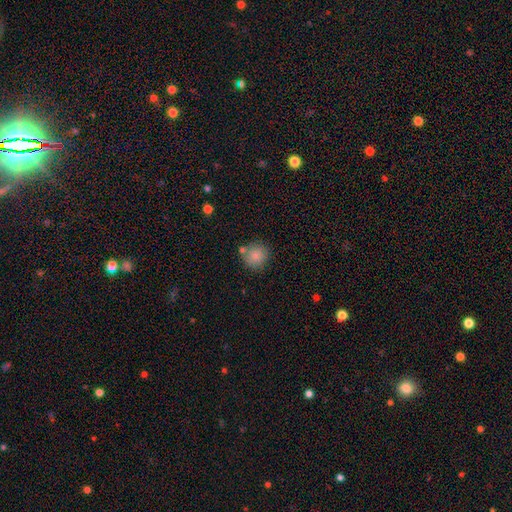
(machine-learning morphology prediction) This is clearly a smooth galaxy (85%). How rounded: clearly round (91%). Merging: likely none (75%).